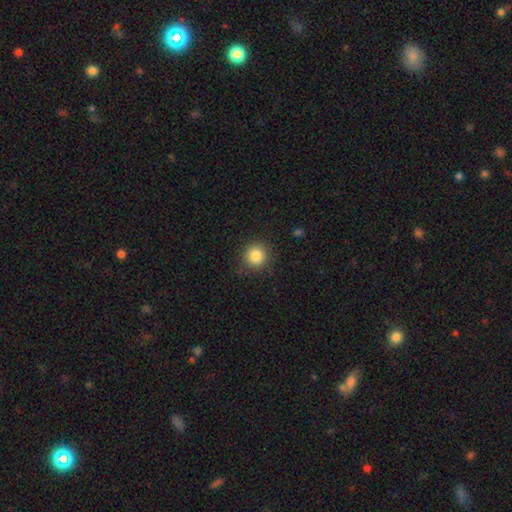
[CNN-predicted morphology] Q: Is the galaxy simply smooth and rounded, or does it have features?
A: smooth — 84%.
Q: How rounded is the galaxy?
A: round — 93%.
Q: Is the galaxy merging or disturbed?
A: none — 88%.